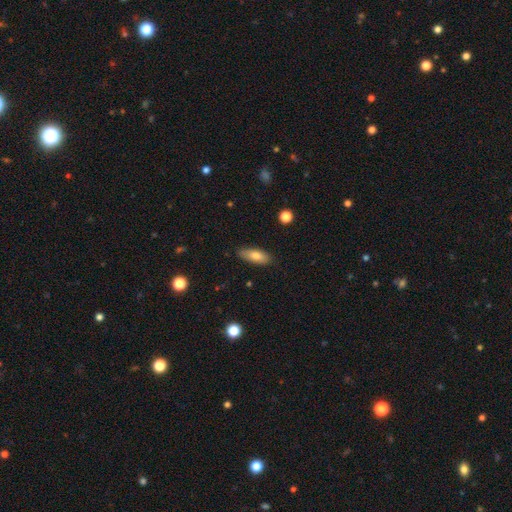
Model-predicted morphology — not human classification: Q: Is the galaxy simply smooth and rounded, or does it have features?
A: smooth — 76%.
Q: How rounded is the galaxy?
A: in between — 71%.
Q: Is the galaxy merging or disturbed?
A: none — 85%.